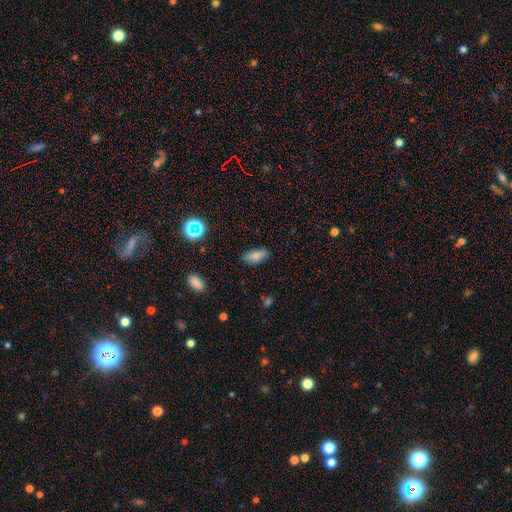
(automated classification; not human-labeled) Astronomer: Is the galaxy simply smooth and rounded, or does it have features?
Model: smooth — 80%.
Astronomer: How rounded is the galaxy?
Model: in between — 87%.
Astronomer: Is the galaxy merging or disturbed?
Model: none — 82%.